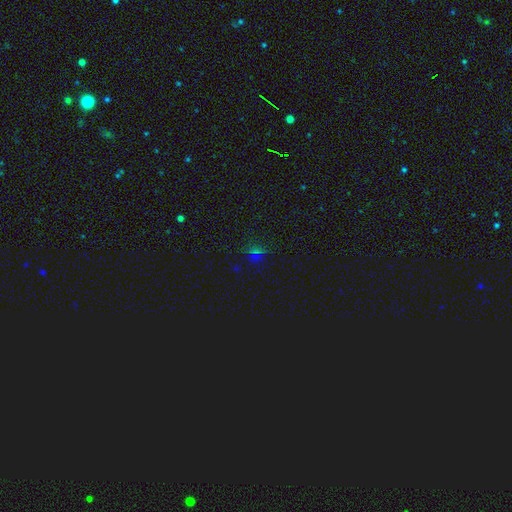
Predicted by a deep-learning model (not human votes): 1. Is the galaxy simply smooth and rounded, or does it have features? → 55% star or artifact, 37% smooth, 8% featured or disk.